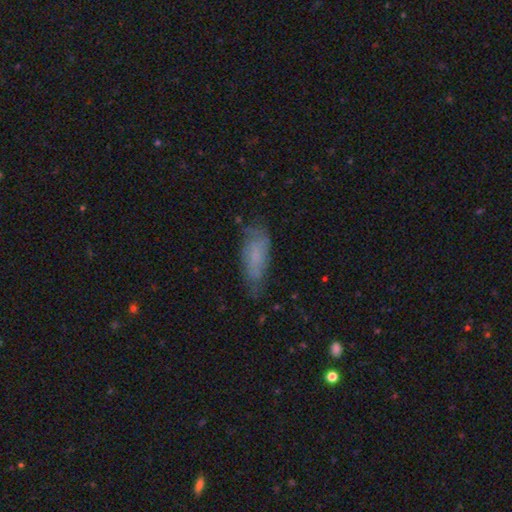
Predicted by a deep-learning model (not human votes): Smooth or featured: smooth — 61% (featured or disk — 30%)
How rounded: in between — 69% (cigar-shaped — 29%)
Merging: none — 60% (minor disturbance — 28%)